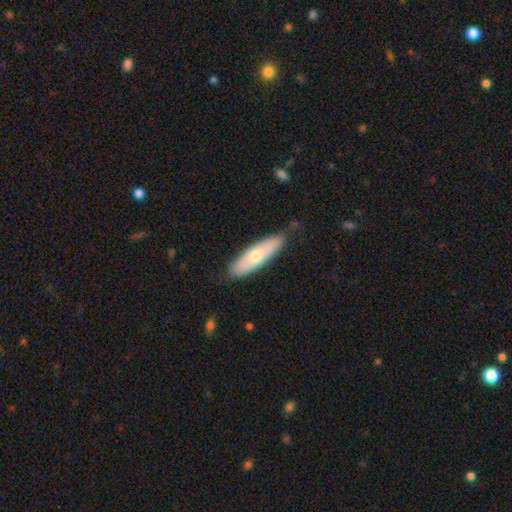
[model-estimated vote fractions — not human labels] Overall: smooth (55%; featured or disk 39%). How rounded: cigar-shaped (58%; in between 40%). Merging: none (81%).